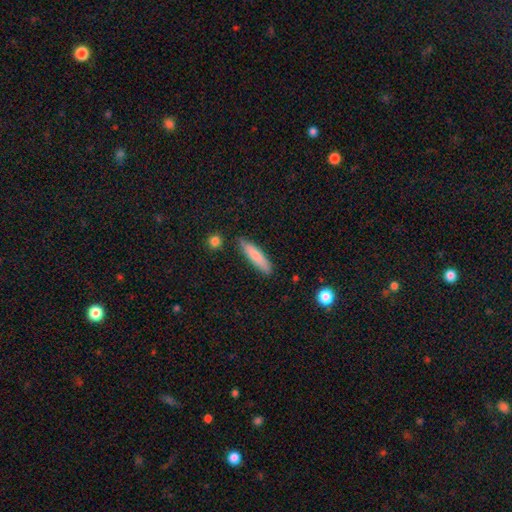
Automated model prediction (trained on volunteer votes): Smooth or featured? smooth (78%)
How rounded? cigar-shaped (83%)
Merging? none (84%)